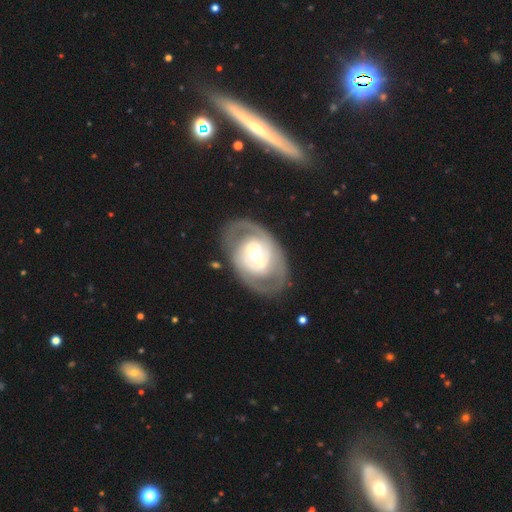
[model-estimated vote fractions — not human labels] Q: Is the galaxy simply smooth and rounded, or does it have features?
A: featured or disk — 75%.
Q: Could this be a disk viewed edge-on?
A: no — 94%.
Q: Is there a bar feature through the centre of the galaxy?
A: no — 53%.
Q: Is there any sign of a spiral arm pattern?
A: yes — 54%.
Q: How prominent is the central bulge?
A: moderate — 67%.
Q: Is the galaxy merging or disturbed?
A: none — 75%.